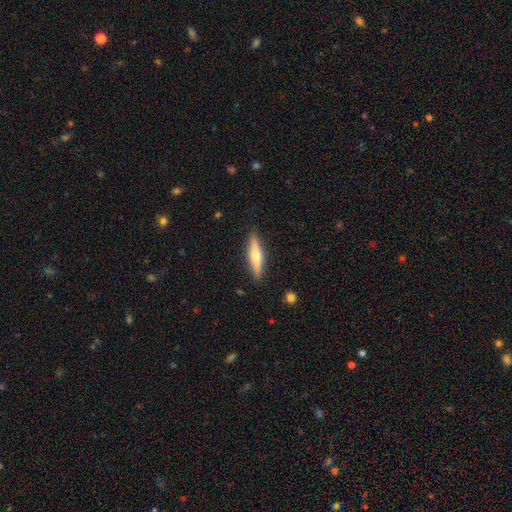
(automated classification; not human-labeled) Smooth or featured: featured or disk — 52% (smooth — 42%)
Edge-on disk: yes — 96% (no — 4%)
Merging: none — 90% (minor disturbance — 7%)